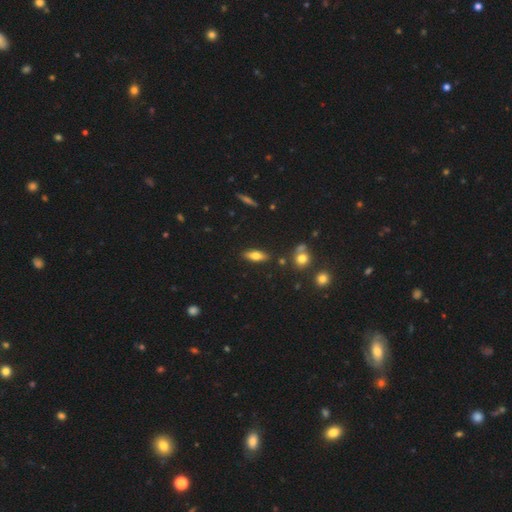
A smooth galaxy with no disk features (68%) that is in between round and cigar-shaped (50%, tied with cigar-shaped).

Vote fractions:
- Smooth or featured? smooth: 68% / featured or disk: 29% / star or artifact: 3%
- How rounded? in between: 50% (tied) / cigar-shaped: 50% (tied) / round: 0%
- Merging? none: 81% / minor disturbance: 14% / major disturbance: 3% / merger: 3%